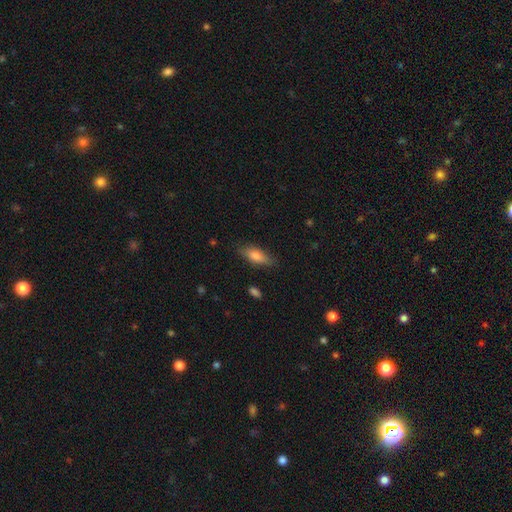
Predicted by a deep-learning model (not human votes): A smooth galaxy with no disk features (76%) that is in between round and cigar-shaped (64%). Merging: none (81%).